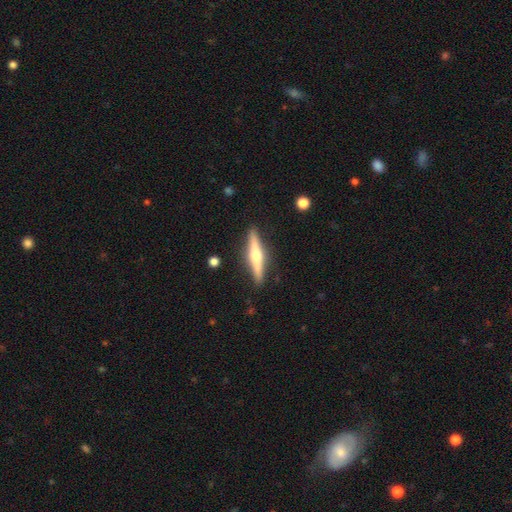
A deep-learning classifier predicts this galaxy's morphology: A featured or disk galaxy (70%) viewed edge-on (97%) with a rounded central bulge (93%).

Vote fractions:
- Smooth or featured? featured or disk: 70% / smooth: 24% / star or artifact: 5%
- Edge-on disk? yes: 97% / no: 3%
- Edge-on bulge? rounded: 93% / none: 3% / boxy: 3%
- Merging? none: 90% / minor disturbance: 7% / major disturbance: 2% / merger: 1%